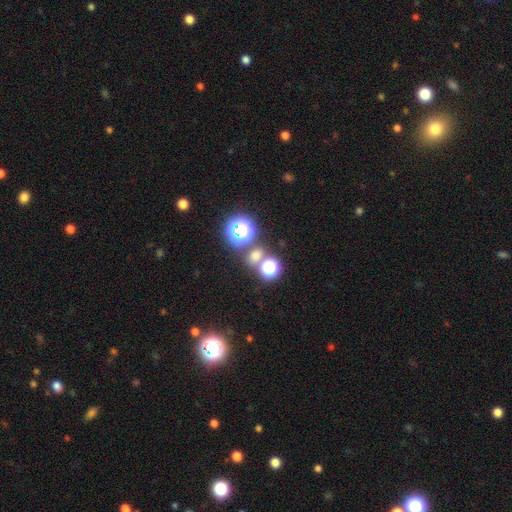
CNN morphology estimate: Smooth or featured: smooth — 52% (star or artifact — 40%)
How rounded: round — 73% (in between — 26%)
Merging: none — 66% (merger — 23%)